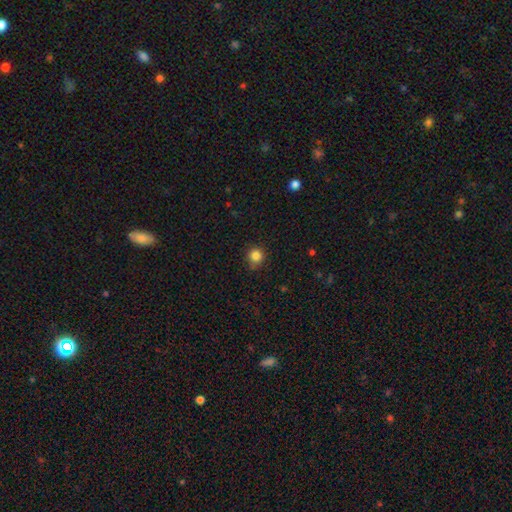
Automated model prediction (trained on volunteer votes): smooth_or_featured: smooth (p=0.84) [alt: star or artifact p=0.12]
how_rounded: round (p=0.91) [alt: in between p=0.08]
merging: none (p=0.81) [alt: minor disturbance p=0.15]